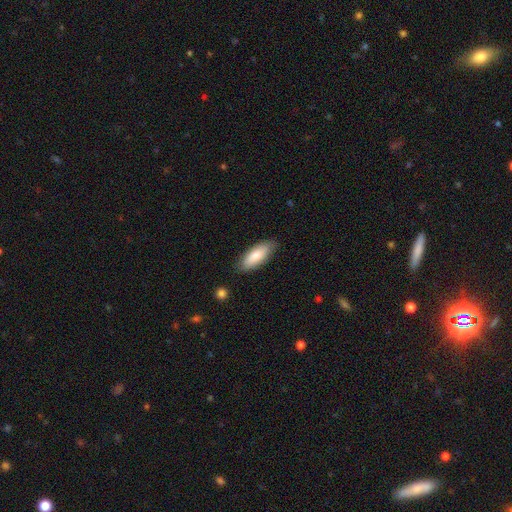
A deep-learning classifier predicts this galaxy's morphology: Q: Smooth or featured?
A: smooth (80%); runner-up: featured or disk (14%)
Q: How rounded?
A: in between (75%); runner-up: cigar-shaped (23%)
Q: Merging?
A: none (82%); runner-up: minor disturbance (14%)